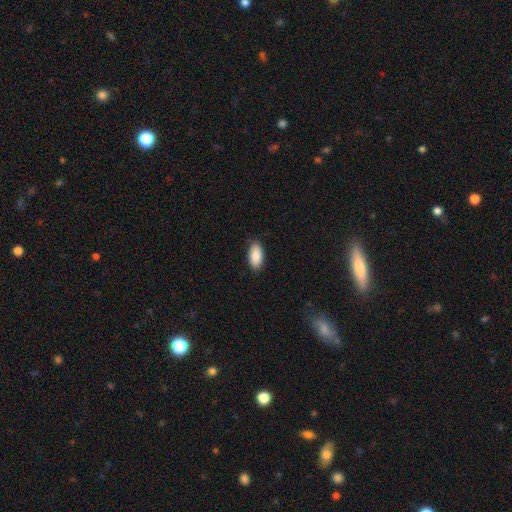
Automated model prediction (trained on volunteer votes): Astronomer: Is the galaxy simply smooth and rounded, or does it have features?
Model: smooth — 90%.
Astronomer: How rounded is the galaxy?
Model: in between — 92%.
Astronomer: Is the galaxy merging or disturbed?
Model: none — 87%.